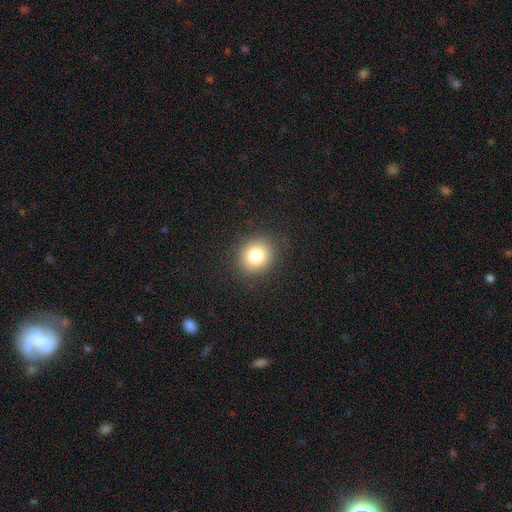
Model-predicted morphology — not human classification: Overall: smooth (80%). How rounded: round (81%). Merging: none (89%).